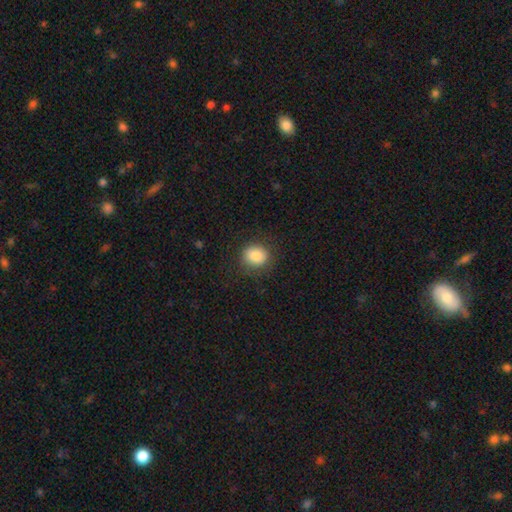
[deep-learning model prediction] smooth_or_featured: smooth (p=0.86) [alt: star or artifact p=0.08]
how_rounded: round (p=0.77) [alt: in between p=0.22]
merging: none (p=0.84) [alt: minor disturbance p=0.10]